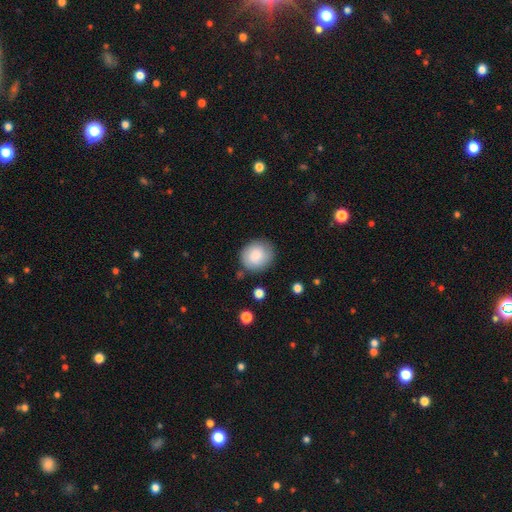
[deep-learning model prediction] Overall: smooth (83%). How rounded: round (81%). Merging: none (82%).